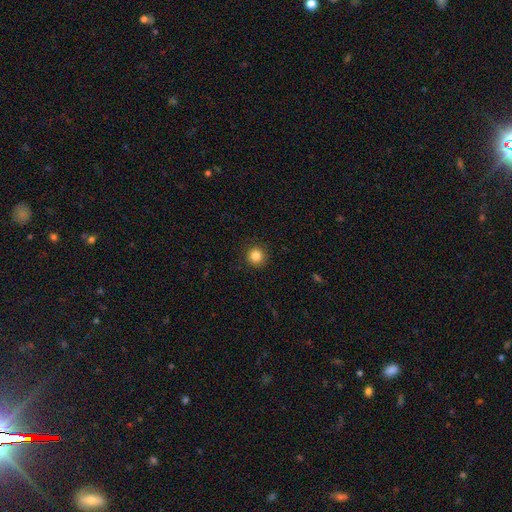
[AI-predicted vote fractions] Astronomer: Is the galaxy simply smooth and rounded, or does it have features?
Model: smooth — 84%.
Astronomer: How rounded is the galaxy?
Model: round — 95%.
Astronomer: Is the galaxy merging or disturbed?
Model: none — 91%.